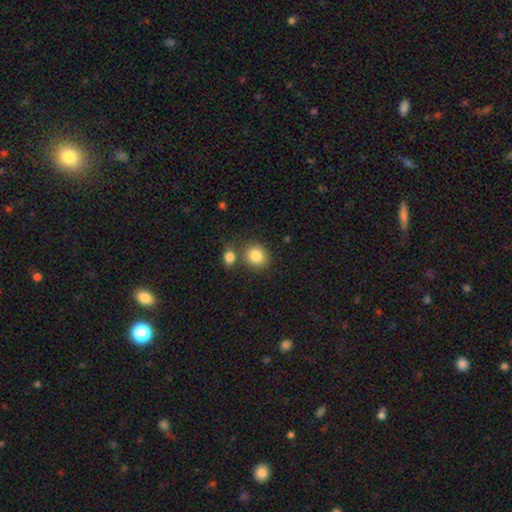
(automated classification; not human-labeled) smooth-or-featured: smooth: 85% | star or artifact: 8% | featured or disk: 6%
  how-rounded: round: 74% | in between: 25% | cigar-shaped: 1%
  merging: none: 64% | merger: 22% | minor disturbance: 11% | major disturbance: 4%